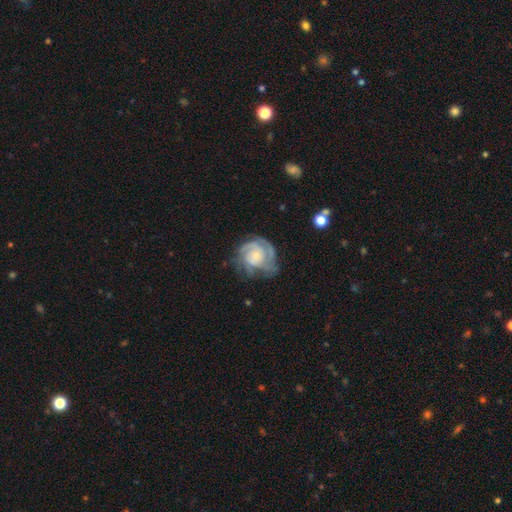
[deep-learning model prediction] A featured or disk galaxy (81%) with no bar (73%), 3 (30%) tight (60%) spiral arms (94%) and a small central bulge (62%). Merging: none (61%).